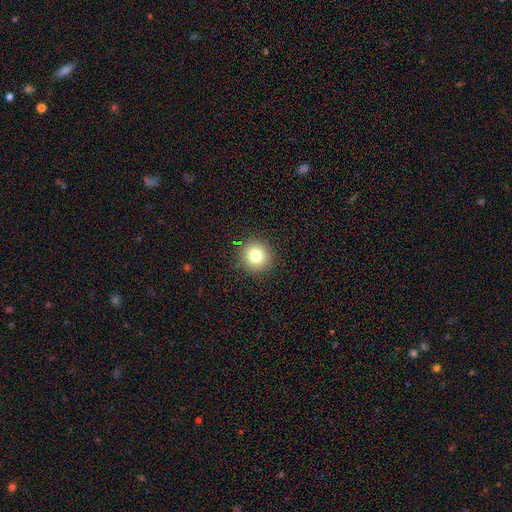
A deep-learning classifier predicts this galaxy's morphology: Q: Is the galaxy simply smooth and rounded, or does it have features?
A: smooth — 78%.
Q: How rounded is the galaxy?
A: round — 92%.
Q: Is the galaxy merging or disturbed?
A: none — 90%.